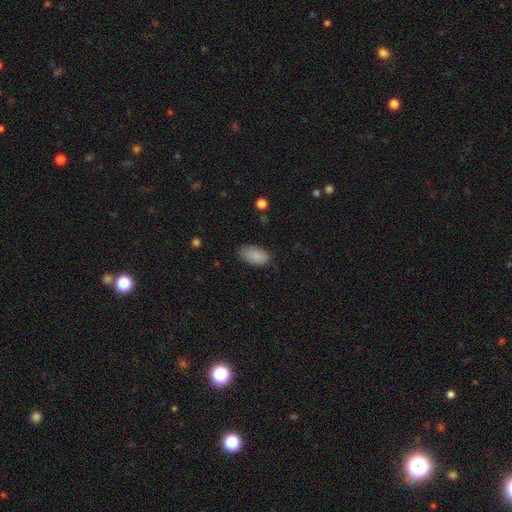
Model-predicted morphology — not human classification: Overall: smooth (87%). How rounded: in between (94%). Merging: none (79%).